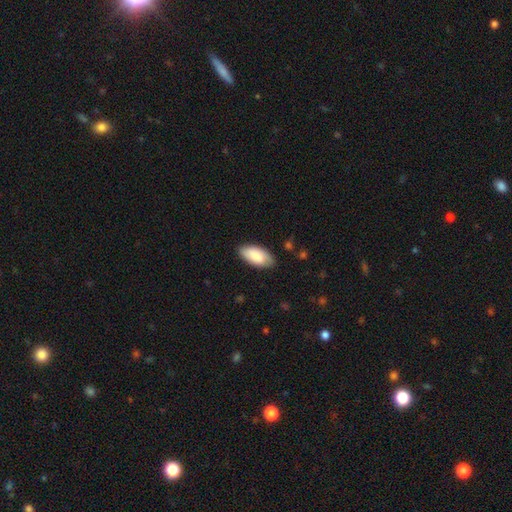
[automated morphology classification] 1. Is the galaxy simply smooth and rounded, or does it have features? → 80% smooth, 15% featured or disk, 6% star or artifact.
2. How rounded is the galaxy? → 93% in between, 5% cigar-shaped, 2% round.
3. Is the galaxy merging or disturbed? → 83% none, 13% minor disturbance, 2% major disturbance, 1% merger.